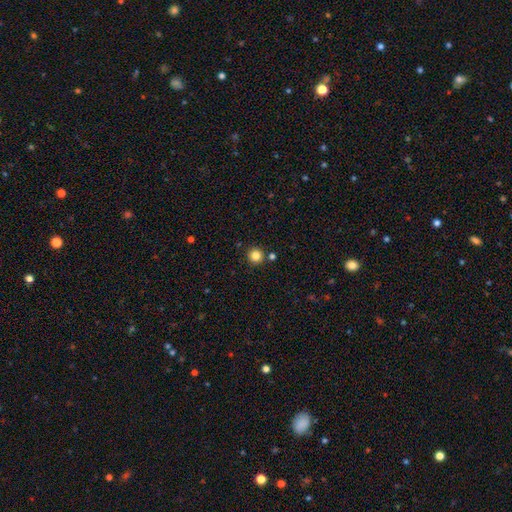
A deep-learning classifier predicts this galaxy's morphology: smooth 83%, star or artifact 12%, featured or disk 5%. Down the decision tree: how rounded — round (96%); merging — none (88%).